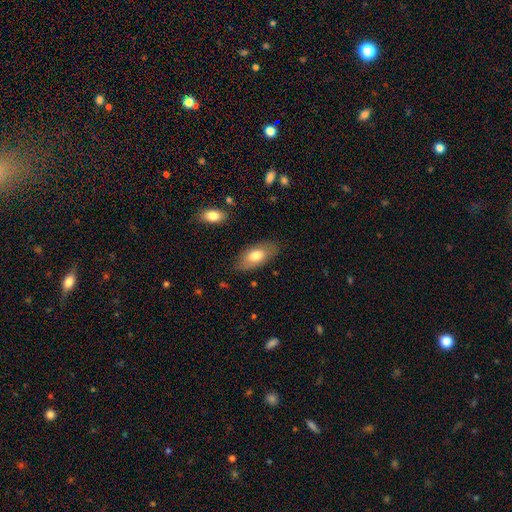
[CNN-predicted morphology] Smooth or featured: smooth — 74% (featured or disk — 20%)
How rounded: in between — 91% (cigar-shaped — 6%)
Merging: none — 81% (minor disturbance — 14%)